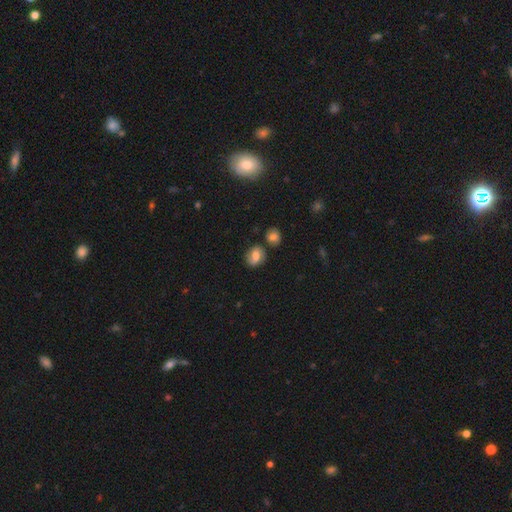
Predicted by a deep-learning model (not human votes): Smooth or featured? Predicted: smooth (p=0.54). How rounded? Predicted: in between (p=0.50). Merging? Predicted: none (p=0.71).